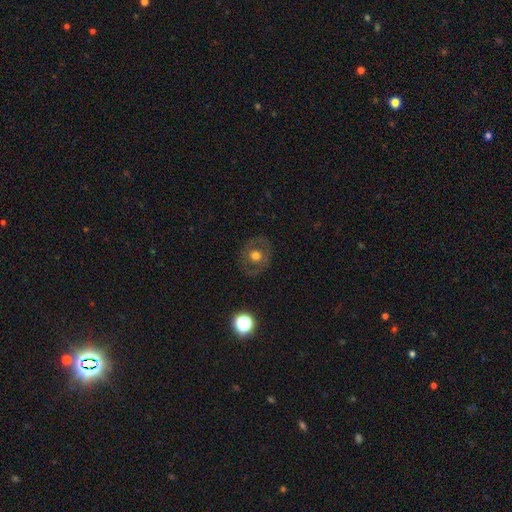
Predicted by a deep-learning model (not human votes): A smooth galaxy with no disk features (49%).

Vote fractions:
- Smooth or featured? smooth: 49% / featured or disk: 40% / star or artifact: 11%
- Merging? none: 82% / minor disturbance: 11% / major disturbance: 6% / merger: 1%